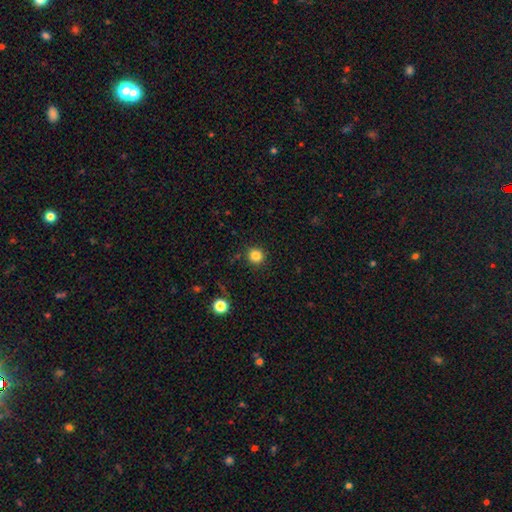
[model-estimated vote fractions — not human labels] smooth_or_featured: smooth (p=0.84) [alt: star or artifact p=0.12]
how_rounded: round (p=0.93) [alt: in between p=0.06]
merging: none (p=0.90) [alt: minor disturbance p=0.06]